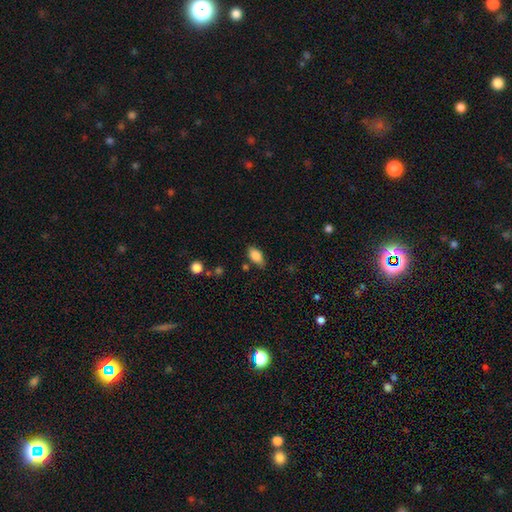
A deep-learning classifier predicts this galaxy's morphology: The model was most divided on "merging": none: 73%, minor disturbance: 20%, major disturbance: 4%, merger: 3%. More confident: how rounded — in between (90%); smooth or featured — smooth (85%).